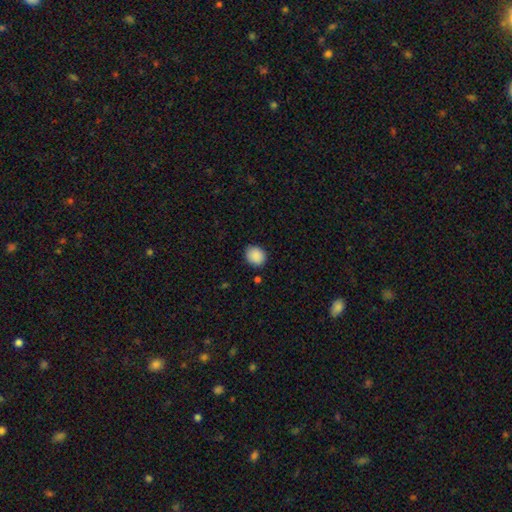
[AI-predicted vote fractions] Smooth or featured? Predicted: smooth (p=0.89). How rounded? Predicted: round (p=0.74). Merging? Predicted: none (p=0.87).